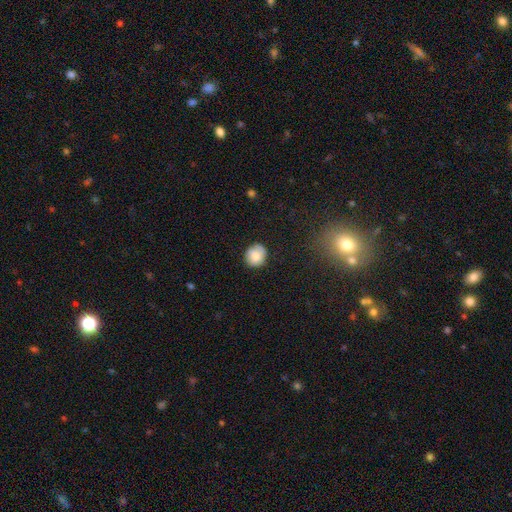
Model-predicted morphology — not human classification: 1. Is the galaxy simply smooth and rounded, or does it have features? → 77% smooth, 14% featured or disk, 8% star or artifact.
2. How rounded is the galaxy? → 80% round, 19% in between, 1% cigar-shaped.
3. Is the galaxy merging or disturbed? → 79% none, 16% minor disturbance, 3% major disturbance, 1% merger.